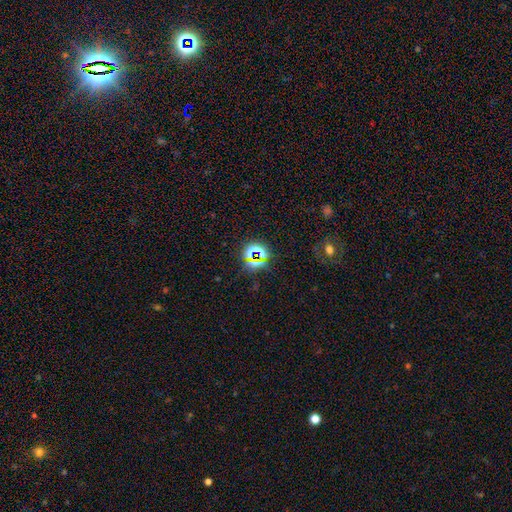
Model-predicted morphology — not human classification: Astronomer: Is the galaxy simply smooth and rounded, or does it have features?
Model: star or artifact — 69%.